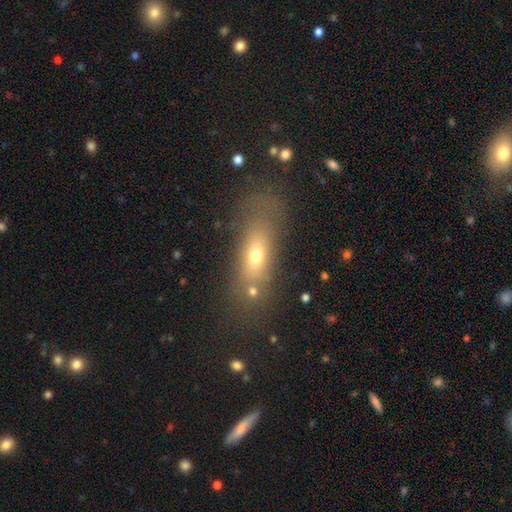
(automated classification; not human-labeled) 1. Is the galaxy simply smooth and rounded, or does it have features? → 59% smooth, 24% featured or disk, 17% star or artifact.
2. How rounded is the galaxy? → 56% in between, 37% cigar-shaped, 7% round.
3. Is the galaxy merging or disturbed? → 64% none, 16% minor disturbance, 10% major disturbance, 9% merger.